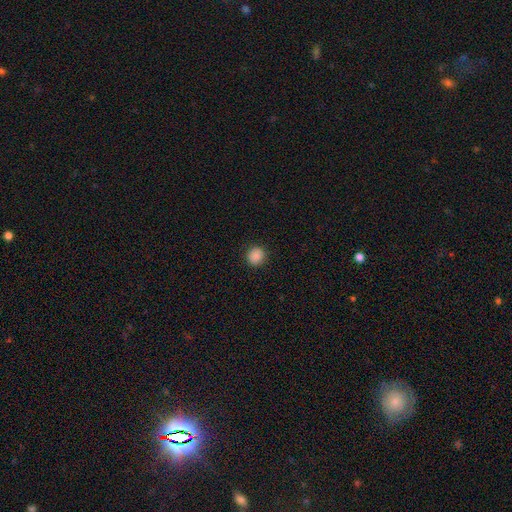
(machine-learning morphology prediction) Q: Smooth or featured?
A: smooth (88%); runner-up: star or artifact (10%)
Q: How rounded?
A: round (89%); runner-up: in between (10%)
Q: Merging?
A: none (91%); runner-up: minor disturbance (6%)